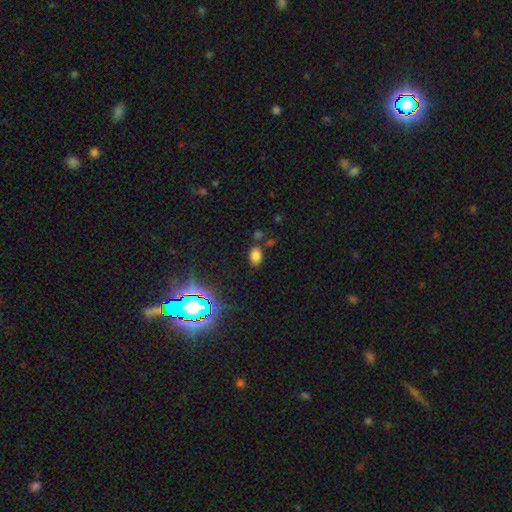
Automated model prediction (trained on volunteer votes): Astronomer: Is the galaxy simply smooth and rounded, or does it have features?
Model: smooth — 74%.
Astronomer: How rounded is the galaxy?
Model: in between — 78%.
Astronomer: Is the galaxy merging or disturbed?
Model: none — 73%.